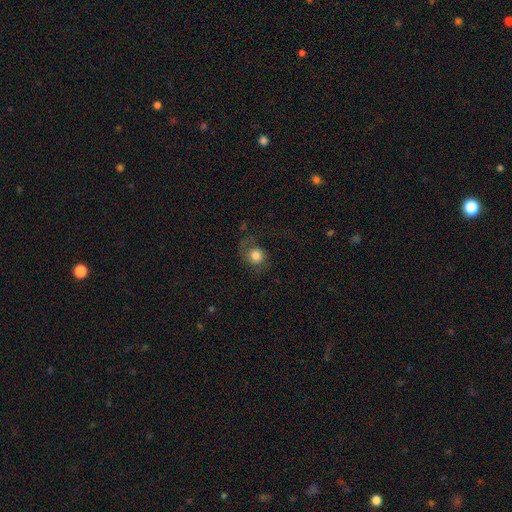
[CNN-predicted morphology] smooth_or_featured: smooth (p=0.74) [alt: featured or disk p=0.17]
how_rounded: round (p=0.80) [alt: in between p=0.19]
merging: none (p=0.57) [alt: major disturbance p=0.21]